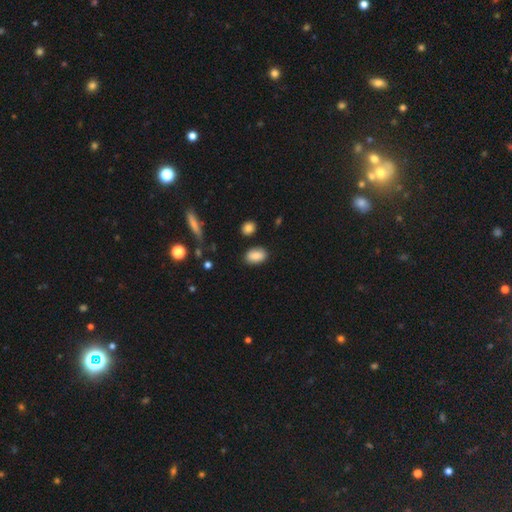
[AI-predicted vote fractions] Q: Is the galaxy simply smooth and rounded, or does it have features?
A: smooth — 86%.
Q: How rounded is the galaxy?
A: in between — 89%.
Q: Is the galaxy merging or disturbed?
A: none — 85%.